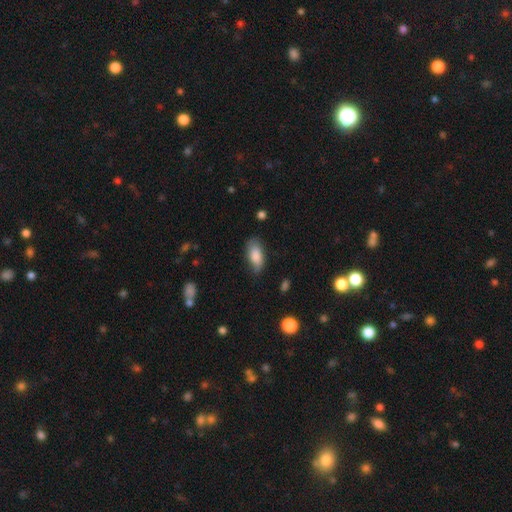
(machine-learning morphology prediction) smooth_or_featured: smooth (p=0.83) [alt: featured or disk p=0.11]
how_rounded: in between (p=0.89) [alt: cigar-shaped p=0.08]
merging: none (p=0.71) [alt: minor disturbance p=0.23]